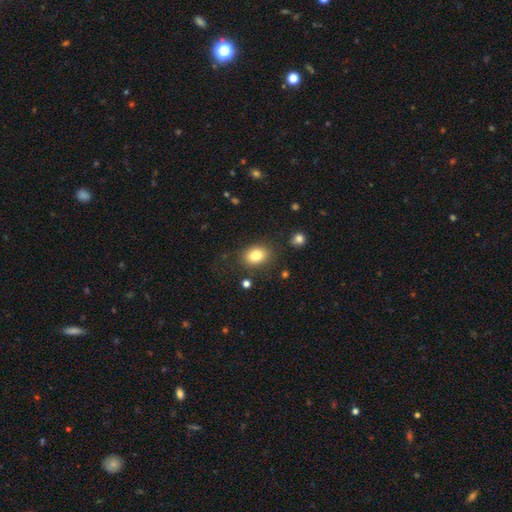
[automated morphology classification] type=smooth (82%); roundness=in between (65%); merging=none (81%).